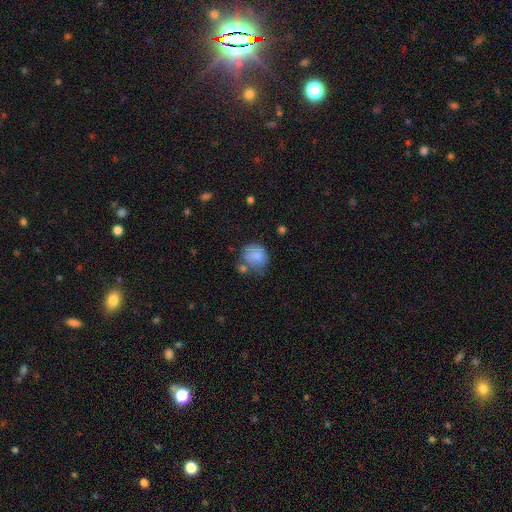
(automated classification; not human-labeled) Smooth or featured: smooth — 77% (featured or disk — 15%)
How rounded: round — 64% (in between — 35%)
Merging: none — 40% (minor disturbance — 30%)